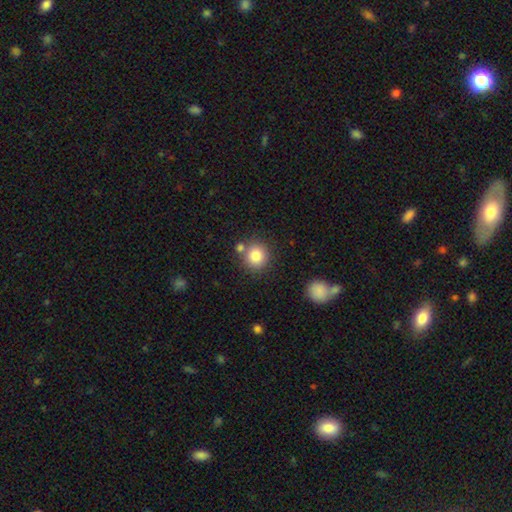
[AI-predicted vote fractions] Smooth or featured?
  - smooth: 83% *
  - star or artifact: 9%
  - featured or disk: 8%
How rounded?
  - round: 90% *
  - in between: 9%
  - cigar-shaped: 1%
Merging?
  - none: 73% *
  - merger: 14%
  - minor disturbance: 9%
  - major disturbance: 3%